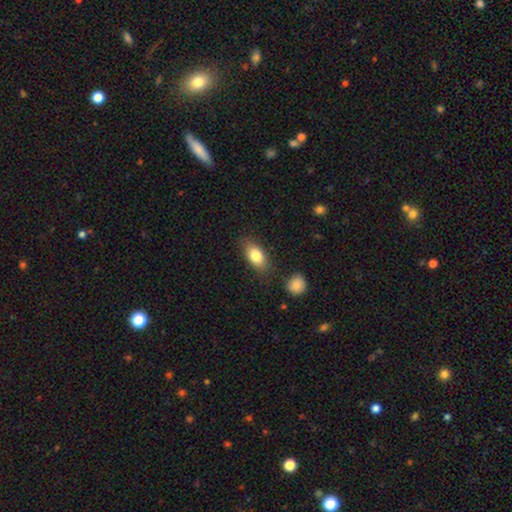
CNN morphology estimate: Smooth or featured? smooth (81%)
How rounded? in between (85%)
Merging? none (80%)